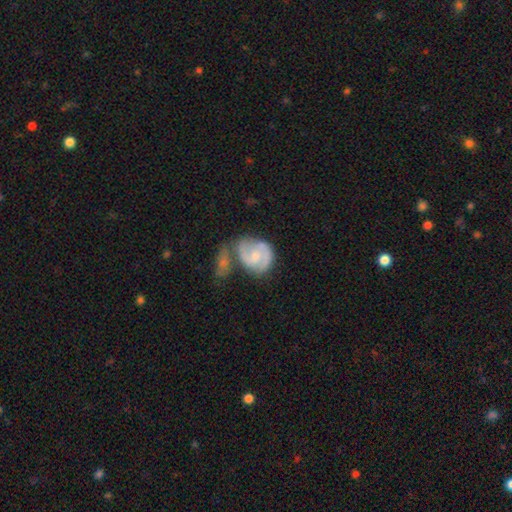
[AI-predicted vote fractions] Q: Smooth or featured?
A: featured or disk (74%); runner-up: smooth (21%)
Q: Edge-on disk?
A: no (98%); runner-up: yes (2%)
Q: Bar?
A: no (54%); runner-up: weak (39%)
Q: Spiral arms?
A: yes (91%); runner-up: no (9%)
Q: Spiral winding?
A: medium (48%); runner-up: tight (37%)
Q: Spiral arm count?
A: 2 (79%); runner-up: can't tell (9%)
Q: Bulge size?
A: small (49%); runner-up: moderate (36%)
Q: Merging?
A: none (36%); runner-up: merger (32%)